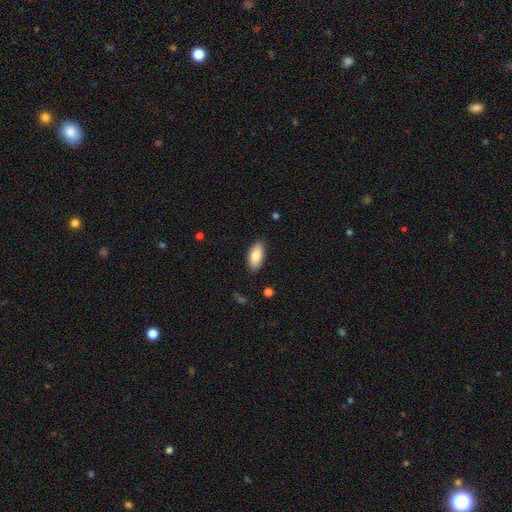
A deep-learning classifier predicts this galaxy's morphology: smooth_or_featured: smooth (p=0.85) [alt: featured or disk p=0.08]
how_rounded: in between (p=0.91) [alt: cigar-shaped p=0.06]
merging: none (p=0.85) [alt: minor disturbance p=0.12]